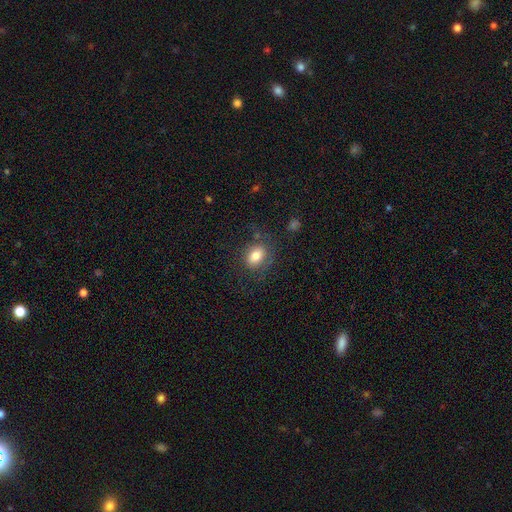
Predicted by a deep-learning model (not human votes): Morphology: type=smooth (79%); roundness=in between (62%); merging=none (74%).